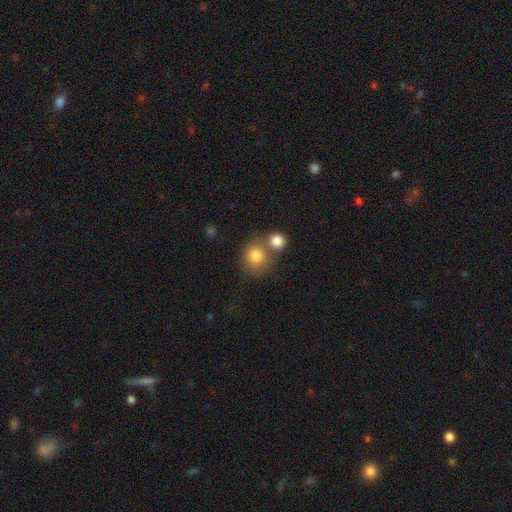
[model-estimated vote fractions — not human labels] This appears to be a smooth galaxy with no disk features (81%) that is round (84%). Merging: none (49%).